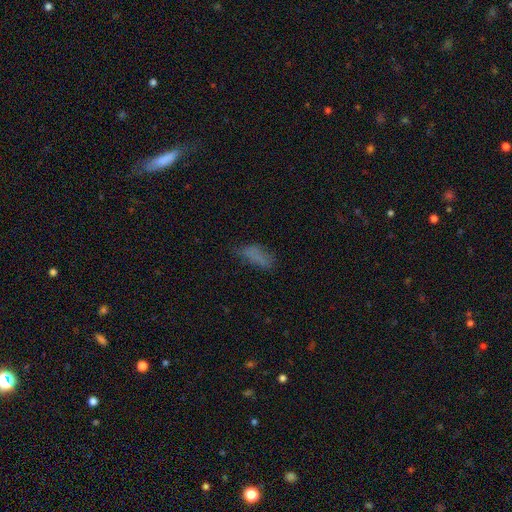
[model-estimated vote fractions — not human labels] Overall: smooth (70%). How rounded: in between (67%; cigar-shaped 30%). Merging: none (52%; minor disturbance 28%).